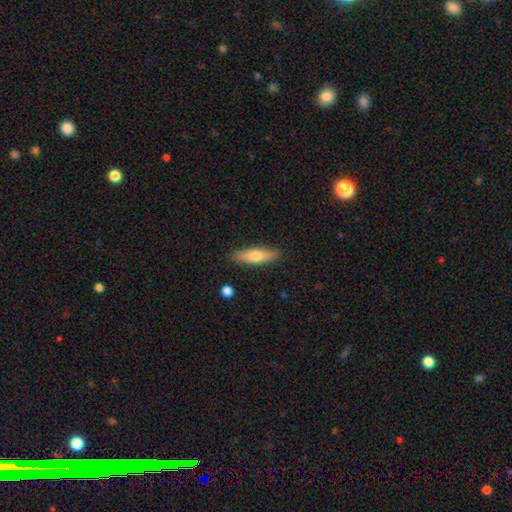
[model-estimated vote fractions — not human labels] Morphology: type=smooth (66%); roundness=cigar-shaped (63%); merging=none (88%).